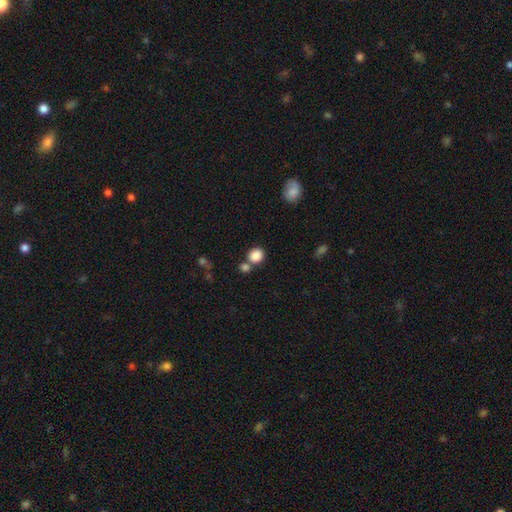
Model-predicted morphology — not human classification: Q: Smooth or featured?
A: smooth (86%); runner-up: star or artifact (10%)
Q: How rounded?
A: round (83%); runner-up: in between (16%)
Q: Merging?
A: none (62%); runner-up: merger (26%)